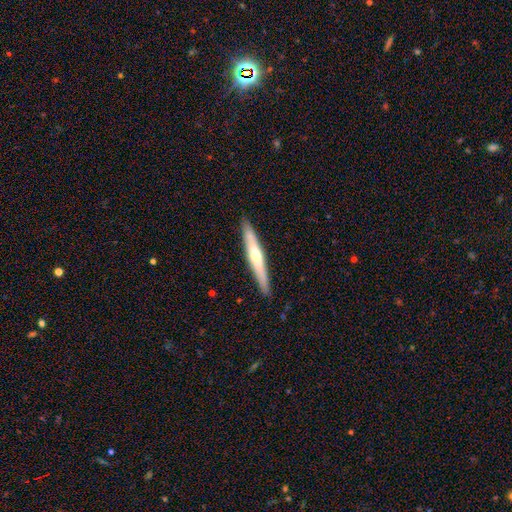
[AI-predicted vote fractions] Smooth or featured?
  - featured or disk: 56% *
  - smooth: 39%
  - star or artifact: 5%
Edge-on disk?
  - yes: 94% *
  - no: 6%
Edge-on bulge?
  - rounded: 76% *
  - none: 20%
  - boxy: 4%
Merging?
  - none: 91% *
  - minor disturbance: 7%
  - major disturbance: 1%
  - merger: 1%